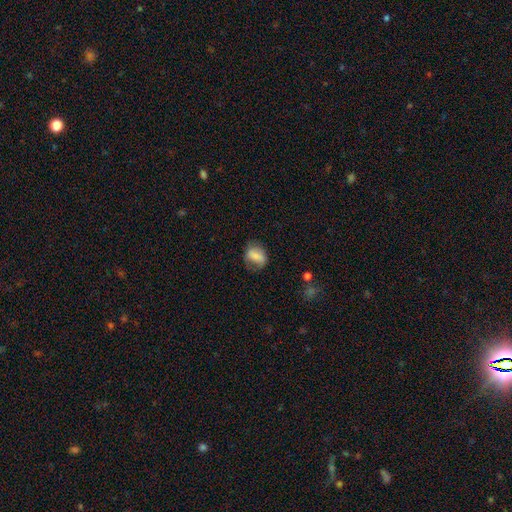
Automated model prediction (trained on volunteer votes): Q: Smooth or featured?
A: smooth (68%); runner-up: featured or disk (24%)
Q: How rounded?
A: in between (65%); runner-up: round (33%)
Q: Merging?
A: none (59%); runner-up: minor disturbance (26%)